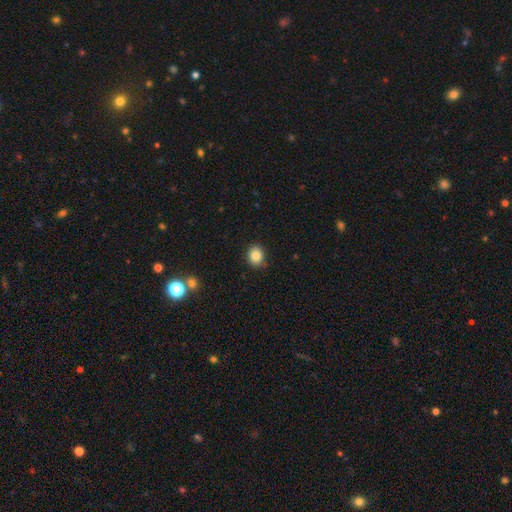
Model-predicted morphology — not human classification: Smooth or featured?
  - smooth: 84% *
  - star or artifact: 10%
  - featured or disk: 6%
How rounded?
  - round: 66% *
  - in between: 33%
  - cigar-shaped: 1%
Merging?
  - none: 85% *
  - minor disturbance: 11%
  - major disturbance: 2%
  - merger: 1%